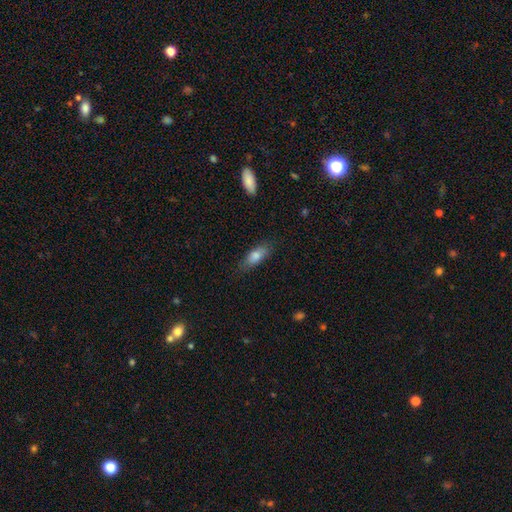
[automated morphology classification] Q: Smooth or featured?
A: smooth (78%); runner-up: featured or disk (15%)
Q: How rounded?
A: in between (73%); runner-up: cigar-shaped (23%)
Q: Merging?
A: none (77%); runner-up: minor disturbance (17%)